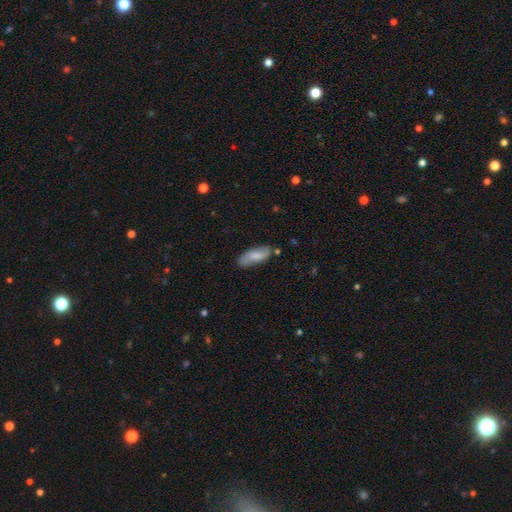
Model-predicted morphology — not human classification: smooth-or-featured: smooth: 66% | featured or disk: 28% | star or artifact: 6%
  how-rounded: in between: 74% | cigar-shaped: 24% | round: 2%
  merging: none: 69% | minor disturbance: 22% | major disturbance: 5% | merger: 4%